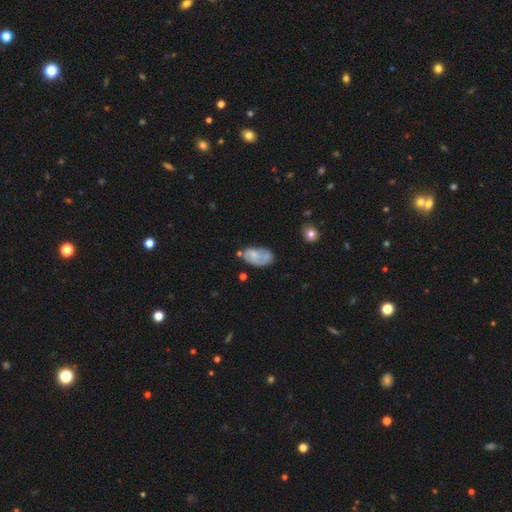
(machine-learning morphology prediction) Overall: smooth (55%; featured or disk 37%). How rounded: in between (91%). Merging: none (43%; minor disturbance 32%).